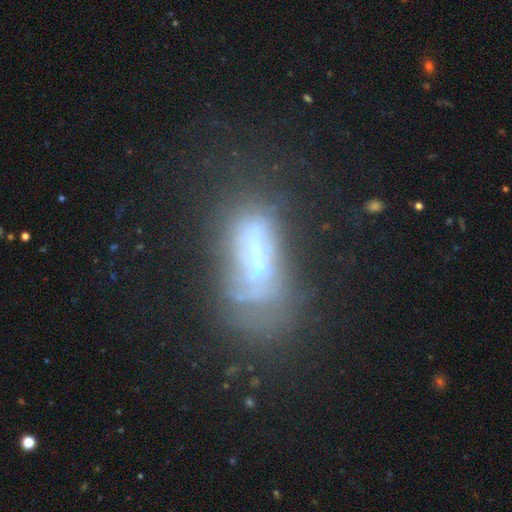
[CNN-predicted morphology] Smooth or featured? featured or disk (53%)
Edge-on disk? no (76%)
Merging? major disturbance (37%)